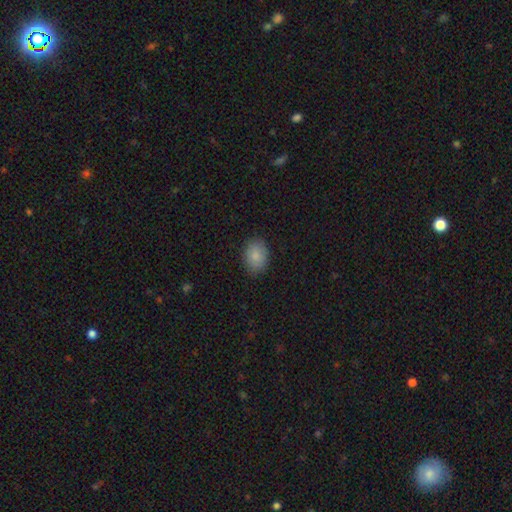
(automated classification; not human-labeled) Morphology: type=smooth (87%); roundness=in between (71%); merging=none (87%).